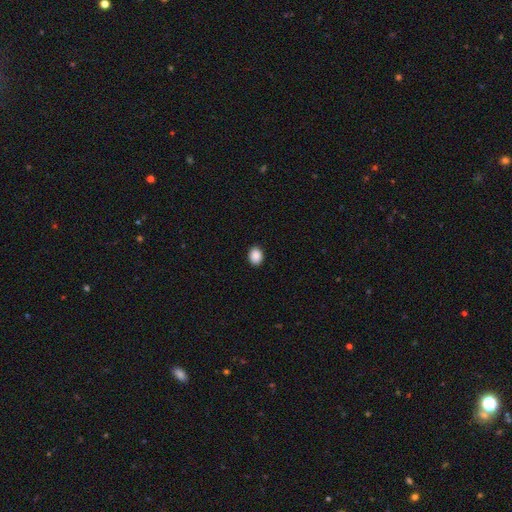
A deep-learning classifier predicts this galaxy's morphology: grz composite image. It shows a smooth galaxy with no disk features (90%) that is in between round and cigar-shaped (59%). Merging: none (91%).